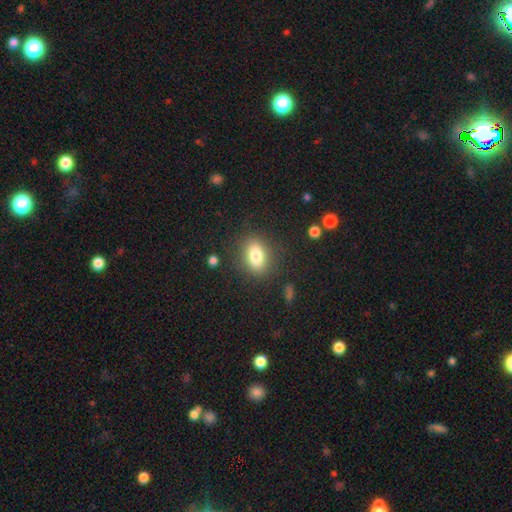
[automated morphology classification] This appears to be a smooth galaxy with no disk features (80%) that is in between round and cigar-shaped (75%). Merging: none (84%).